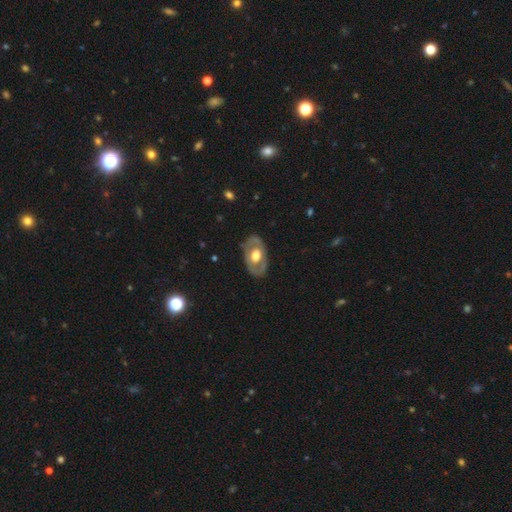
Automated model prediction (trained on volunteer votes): Overall: featured or disk (61%; smooth 34%). Edge-on disk: no (90%). Bar: no (78%). Spiral arms: no (72%). Bulge size: moderate (52%; large 41%). Merging: none (78%).